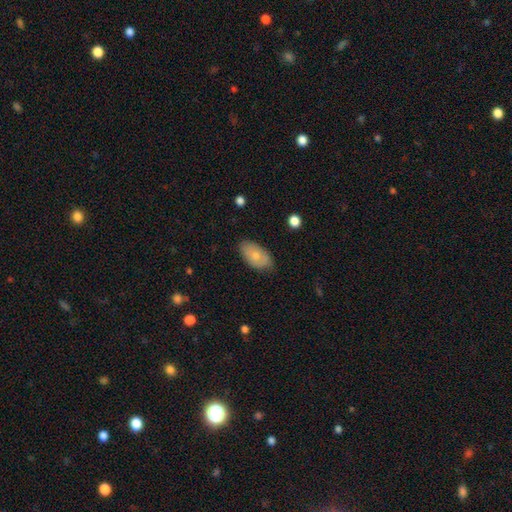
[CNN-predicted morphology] Smooth or featured?
  - smooth: 69% *
  - featured or disk: 24%
  - star or artifact: 6%
How rounded?
  - in between: 93% *
  - round: 5%
  - cigar-shaped: 2%
Merging?
  - none: 74% *
  - minor disturbance: 20%
  - major disturbance: 4%
  - merger: 1%